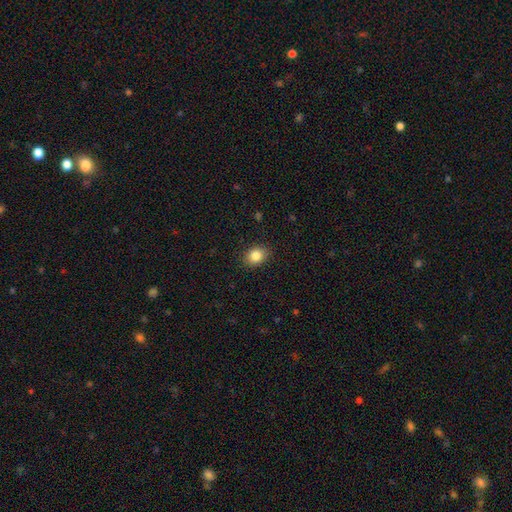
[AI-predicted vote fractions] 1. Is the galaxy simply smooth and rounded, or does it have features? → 85% smooth, 9% star or artifact, 6% featured or disk.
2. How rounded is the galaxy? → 54% in between, 45% round, 1% cigar-shaped.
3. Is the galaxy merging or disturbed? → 87% none, 10% minor disturbance, 2% major disturbance, 1% merger.